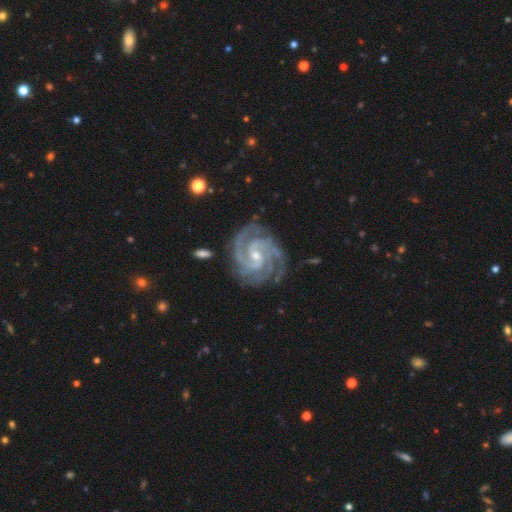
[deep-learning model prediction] featured or disk 94%, star or artifact 4%, smooth 2%. Down the decision tree: edge-on disk — no (98%); bar — weak (45%); spiral arms — yes (99%); spiral arm count — 3 (40%); spiral winding — tight (67%); bulge size — small (66%); merging — none (78%).